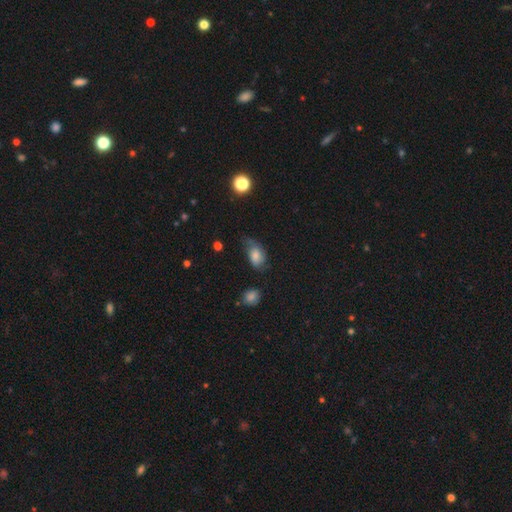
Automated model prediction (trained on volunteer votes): smooth-or-featured: smooth: 67% | featured or disk: 23% | star or artifact: 10%
  how-rounded: in between: 87% | round: 11% | cigar-shaped: 2%
  merging: none: 40% | minor disturbance: 38% | major disturbance: 19% | merger: 3%